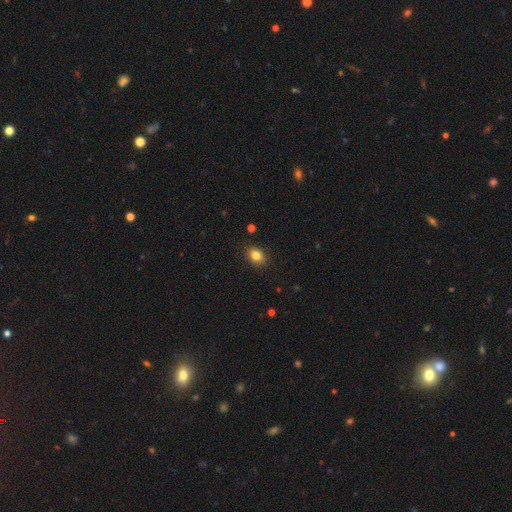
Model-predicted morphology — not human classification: Smooth or featured?
  - smooth: 83% *
  - star or artifact: 10%
  - featured or disk: 7%
How rounded?
  - in between: 71% *
  - round: 28%
  - cigar-shaped: 1%
Merging?
  - none: 89% *
  - minor disturbance: 8%
  - major disturbance: 2%
  - merger: 1%